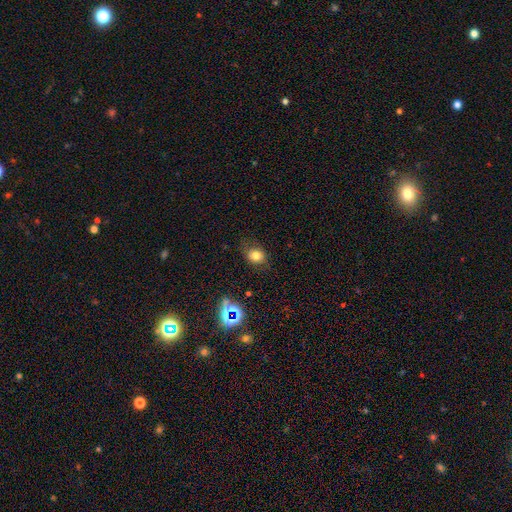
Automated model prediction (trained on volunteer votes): Morphology: type=smooth (74%); roundness=round (52%); merging=none (72%).